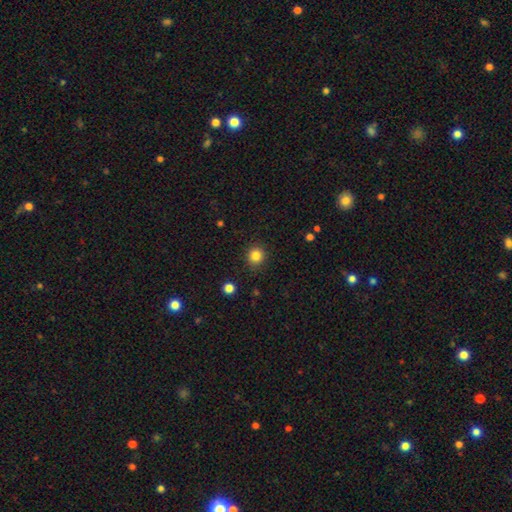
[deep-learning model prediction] A smooth galaxy with no disk features (84%) that is round (90%).

Vote fractions:
- Smooth or featured? smooth: 84% / star or artifact: 12% / featured or disk: 4%
- How rounded? round: 90% / in between: 9% / cigar-shaped: 1%
- Merging? none: 88% / minor disturbance: 8% / major disturbance: 2% / merger: 1%